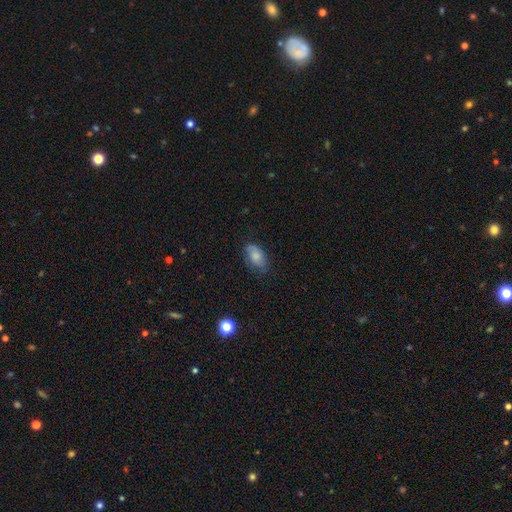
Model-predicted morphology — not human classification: Smooth or featured: smooth — 78% (featured or disk — 15%)
How rounded: in between — 91% (round — 7%)
Merging: none — 70% (minor disturbance — 23%)